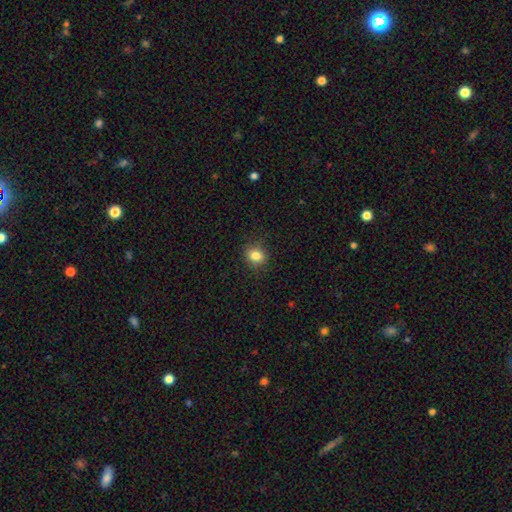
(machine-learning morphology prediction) Smooth or featured? smooth (83%)
How rounded? round (63%)
Merging? none (86%)